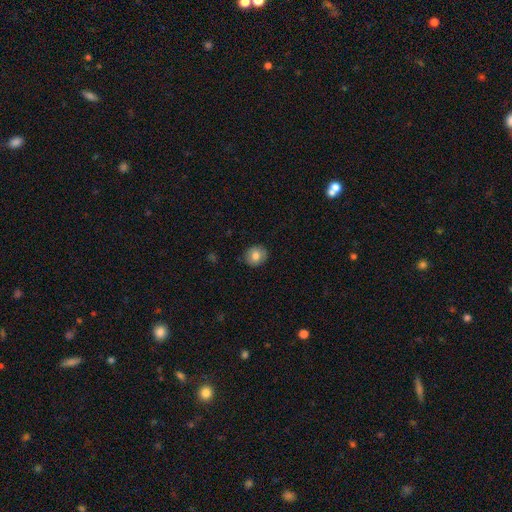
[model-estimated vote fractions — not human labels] This is clearly a smooth galaxy (81%). How rounded: likely round (77%). Merging: clearly none (88%).